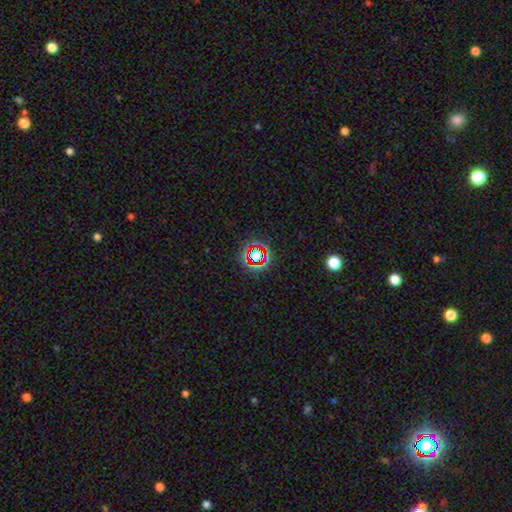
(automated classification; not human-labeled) smooth_or_featured: star or artifact (p=0.68) [alt: smooth p=0.20]